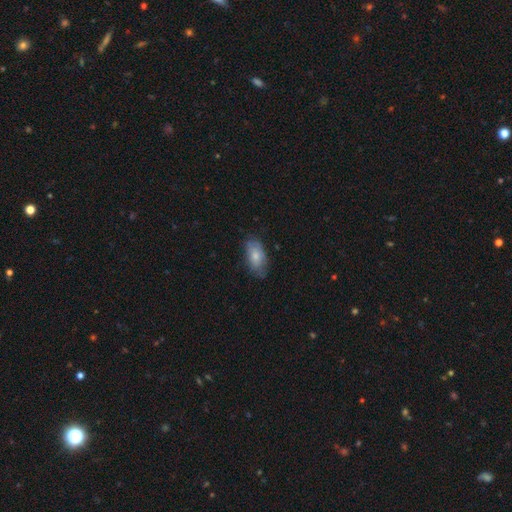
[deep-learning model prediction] smooth 72%, featured or disk 22%, star or artifact 6%. Down the decision tree: how rounded — in between (92%); merging — none (65%).